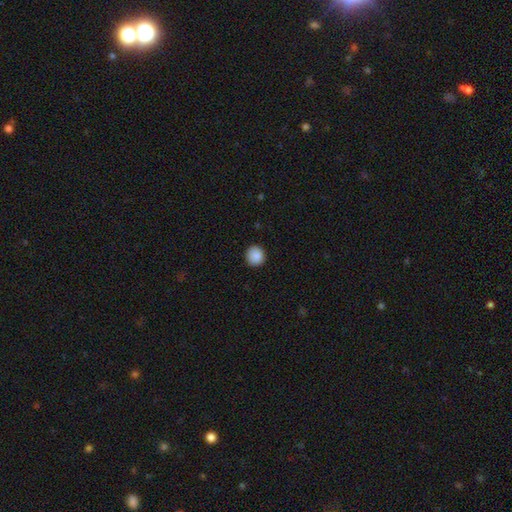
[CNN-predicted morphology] This is clearly a smooth galaxy (89%). How rounded: clearly round (90%). Merging: clearly none (90%).